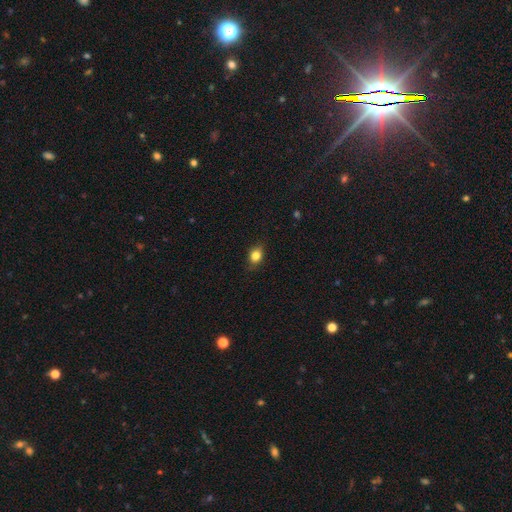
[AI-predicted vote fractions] Smooth or featured?
  - smooth: 80% *
  - featured or disk: 10%
  - star or artifact: 10%
How rounded?
  - in between: 58% *
  - round: 40%
  - cigar-shaped: 3%
Merging?
  - none: 79% *
  - minor disturbance: 17%
  - major disturbance: 3%
  - merger: 1%